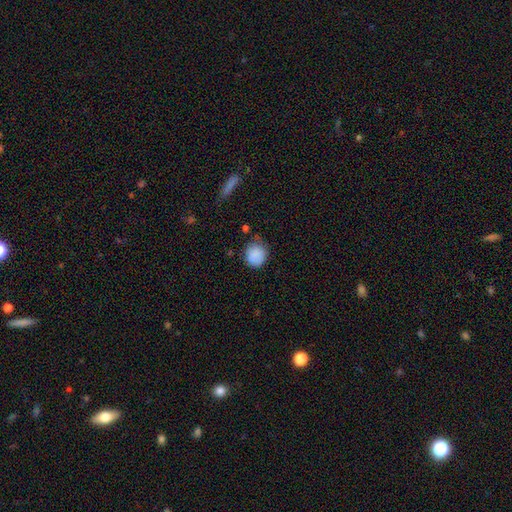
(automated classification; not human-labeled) Morphology: type=smooth (87%); roundness=round (79%); merging=none (64%).